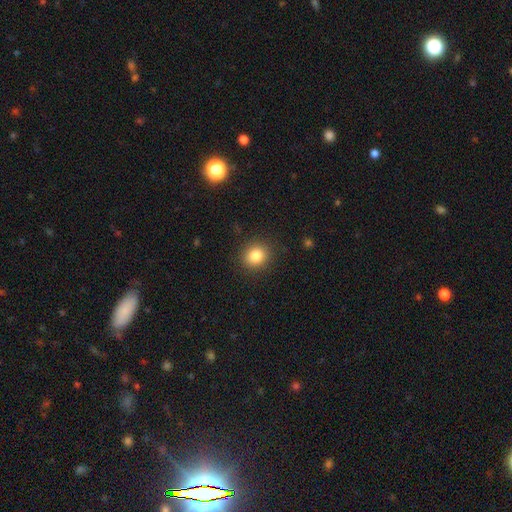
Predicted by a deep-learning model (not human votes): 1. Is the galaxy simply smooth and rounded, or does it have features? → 83% smooth, 11% star or artifact, 6% featured or disk.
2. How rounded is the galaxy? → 78% round, 21% in between, 1% cigar-shaped.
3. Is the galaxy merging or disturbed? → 89% none, 7% minor disturbance, 3% major disturbance, 1% merger.